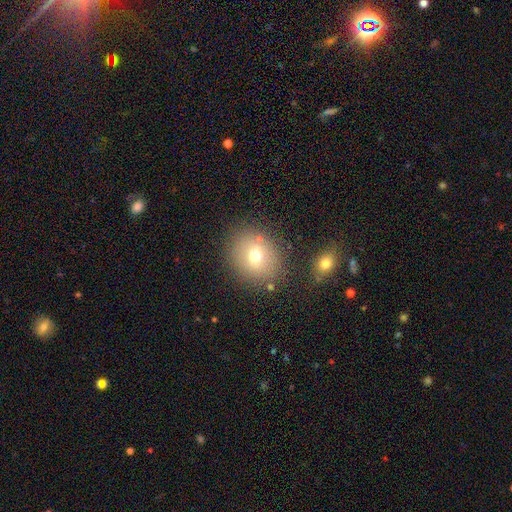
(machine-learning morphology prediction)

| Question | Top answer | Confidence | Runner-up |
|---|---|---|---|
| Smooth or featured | smooth | 67% | featured or disk (19%) |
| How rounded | round | 67% | in between (32%) |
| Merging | none | 78% | minor disturbance (12%) |